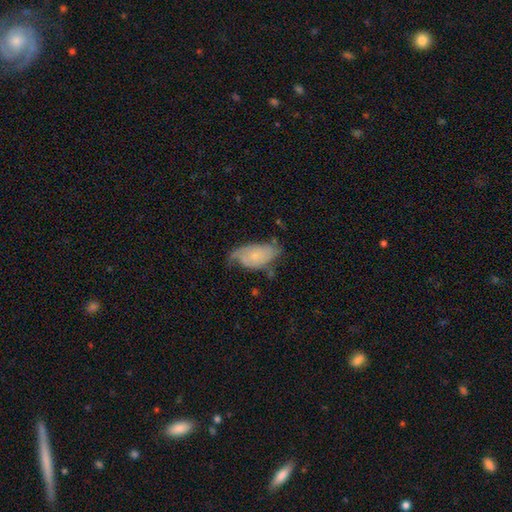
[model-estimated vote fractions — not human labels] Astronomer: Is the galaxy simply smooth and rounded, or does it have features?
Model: featured or disk — 61%.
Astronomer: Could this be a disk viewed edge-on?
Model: no — 94%.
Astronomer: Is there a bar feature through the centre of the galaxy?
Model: no — 76%.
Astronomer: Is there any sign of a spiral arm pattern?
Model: yes — 84%.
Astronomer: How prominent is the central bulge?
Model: small — 69%.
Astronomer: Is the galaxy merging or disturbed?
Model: none — 47% (runner-up: minor disturbance, 32%).